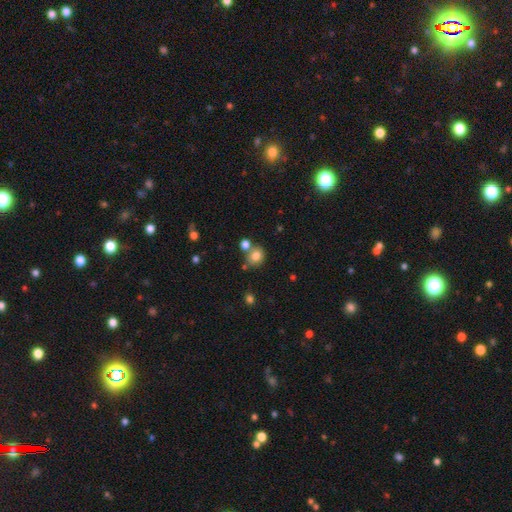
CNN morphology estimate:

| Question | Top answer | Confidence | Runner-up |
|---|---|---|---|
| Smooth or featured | smooth | 79% | star or artifact (11%) |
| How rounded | round | 73% | in between (26%) |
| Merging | none | 60% | merger (23%) |